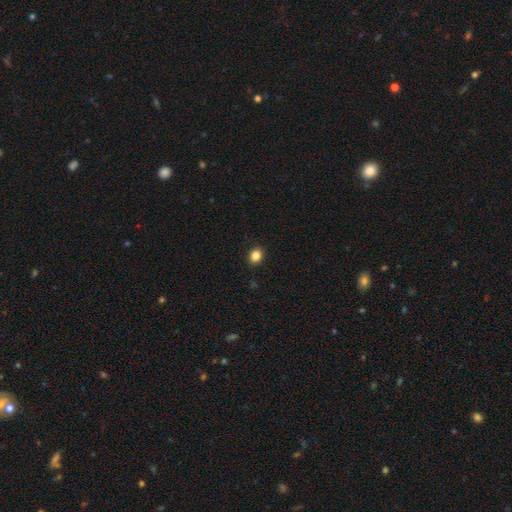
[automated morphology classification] smooth_or_featured: smooth (p=0.85) [alt: star or artifact p=0.11]
how_rounded: round (p=0.60) [alt: in between p=0.39]
merging: none (p=0.90) [alt: minor disturbance p=0.07]